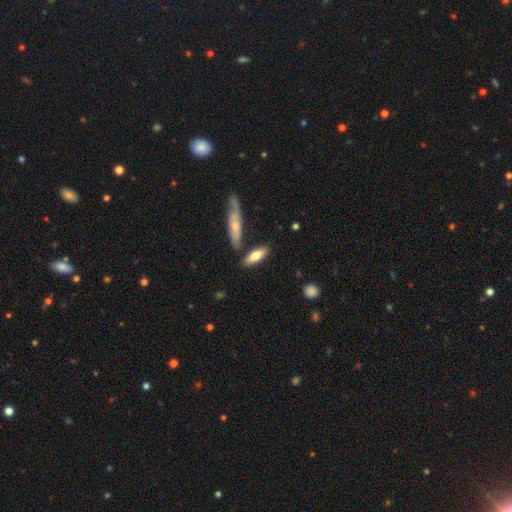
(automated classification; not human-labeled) The model was most divided on "how rounded": in between: 59%, cigar-shaped: 39%, round: 2%. More confident: merging — none (73%); smooth or featured — smooth (71%).